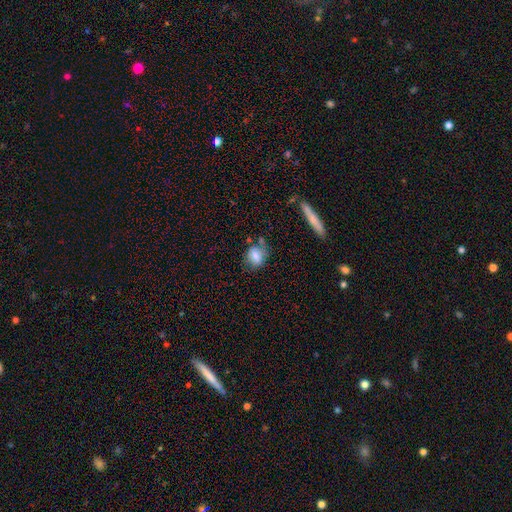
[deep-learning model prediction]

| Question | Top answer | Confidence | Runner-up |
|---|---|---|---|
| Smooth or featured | smooth | 78% | featured or disk (13%) |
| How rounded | round | 53% | in between (45%) |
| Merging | none | 61% | minor disturbance (22%) |